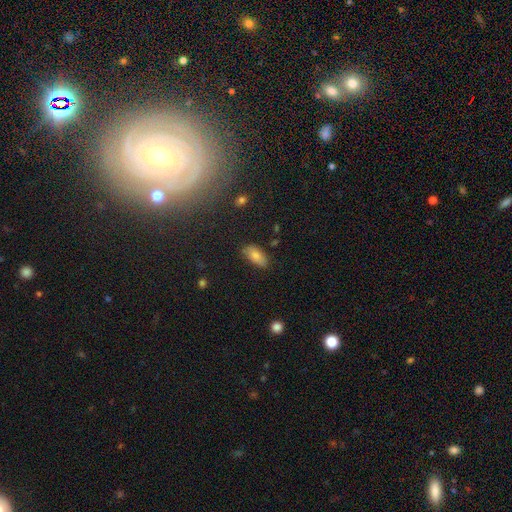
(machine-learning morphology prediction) Smooth or featured?
  - smooth: 79% *
  - featured or disk: 12%
  - star or artifact: 9%
How rounded?
  - in between: 92% *
  - cigar-shaped: 5%
  - round: 3%
Merging?
  - none: 81% *
  - minor disturbance: 14%
  - major disturbance: 3%
  - merger: 2%